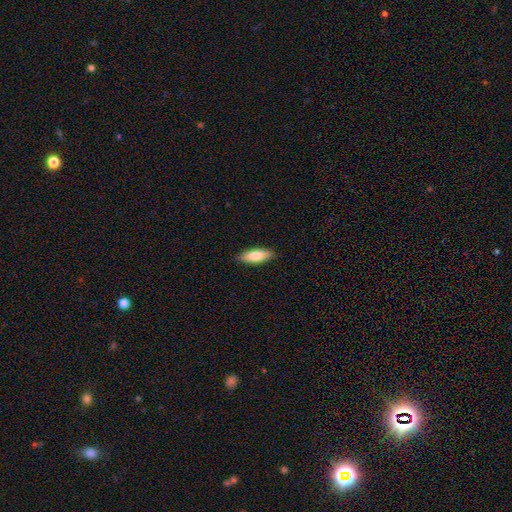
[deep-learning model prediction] smooth-or-featured: smooth: 79% | featured or disk: 16% | star or artifact: 6%
  how-rounded: in between: 65% | cigar-shaped: 33% | round: 2%
  merging: none: 88% | minor disturbance: 9% | major disturbance: 2% | merger: 1%